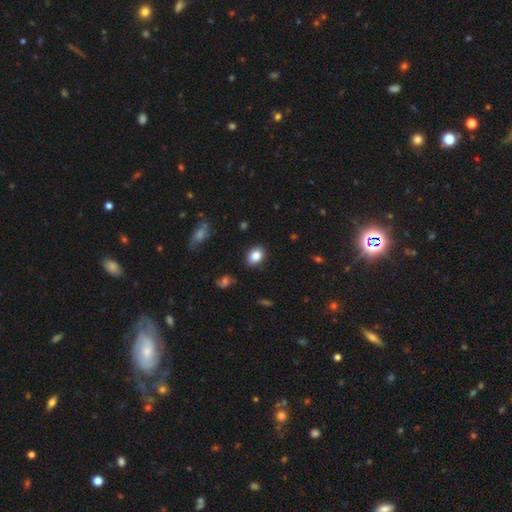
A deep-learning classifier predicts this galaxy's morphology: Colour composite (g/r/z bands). It shows a smooth galaxy with no disk features (85%) that is in between round and cigar-shaped (67%). Merging: none (87%).